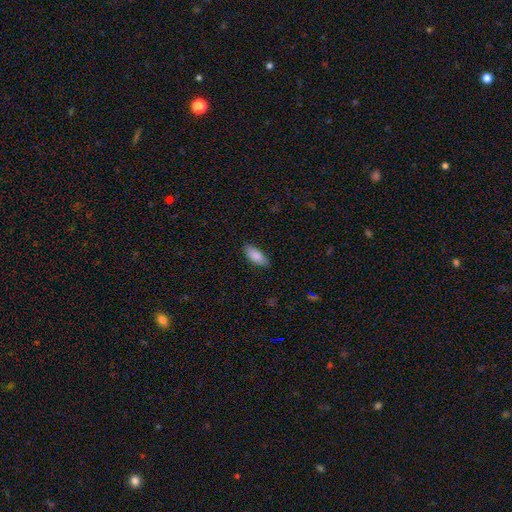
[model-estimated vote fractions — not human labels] A smooth galaxy with no disk features (85%) that is in between round and cigar-shaped (85%).

Vote fractions:
- Smooth or featured? smooth: 85% / featured or disk: 9% / star or artifact: 6%
- How rounded? in between: 85% / cigar-shaped: 13% / round: 2%
- Merging? none: 85% / minor disturbance: 12% / major disturbance: 2% / merger: 1%